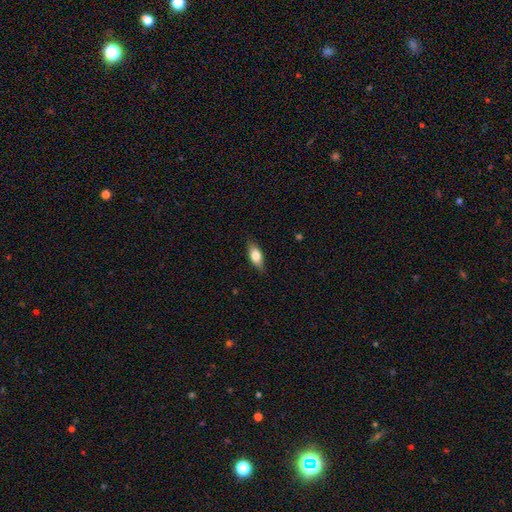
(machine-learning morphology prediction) Smooth or featured: smooth — 67% (featured or disk — 26%)
How rounded: in between — 77% (cigar-shaped — 18%)
Merging: none — 83% (minor disturbance — 13%)